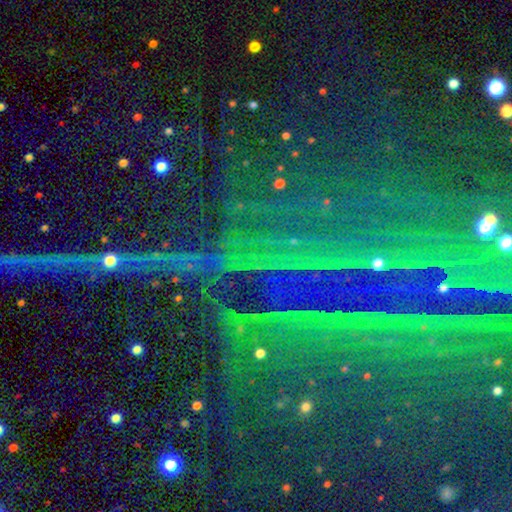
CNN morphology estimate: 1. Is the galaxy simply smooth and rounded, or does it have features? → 88% star or artifact, 7% featured or disk, 6% smooth.